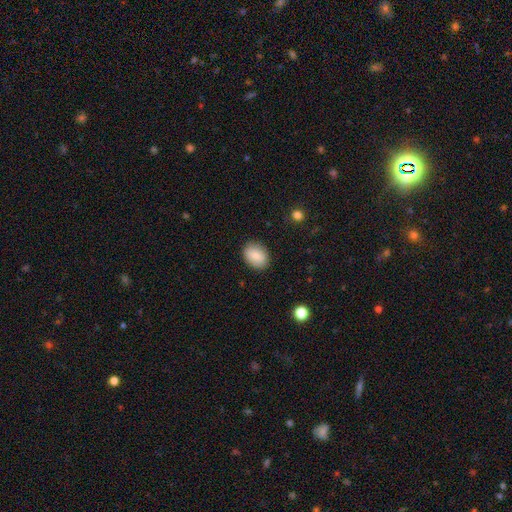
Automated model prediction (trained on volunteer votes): Overall: smooth (87%). How rounded: in between (78%). Merging: none (87%).